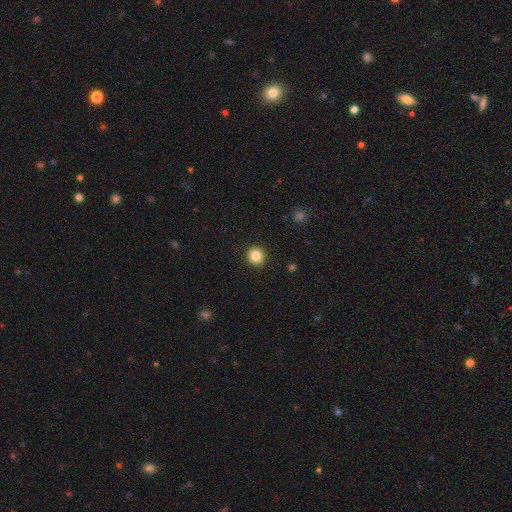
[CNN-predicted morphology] Smooth or featured?
  - smooth: 85% *
  - star or artifact: 10%
  - featured or disk: 5%
How rounded?
  - round: 90% *
  - in between: 9%
  - cigar-shaped: 1%
Merging?
  - none: 93% *
  - minor disturbance: 4%
  - major disturbance: 2%
  - merger: 1%